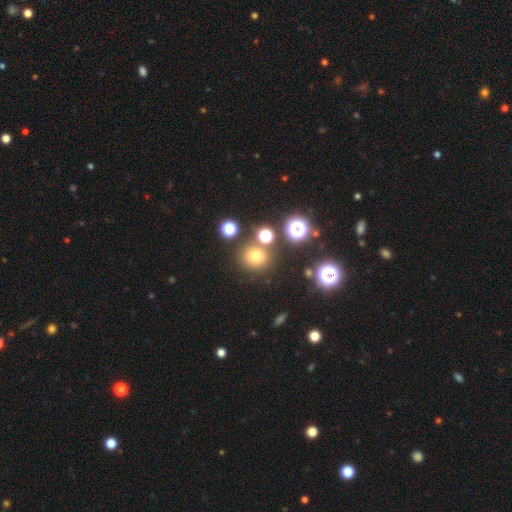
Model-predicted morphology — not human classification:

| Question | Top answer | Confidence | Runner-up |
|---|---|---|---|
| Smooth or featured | smooth | 67% | star or artifact (24%) |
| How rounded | round | 87% | in between (12%) |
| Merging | none | 79% | merger (10%) |